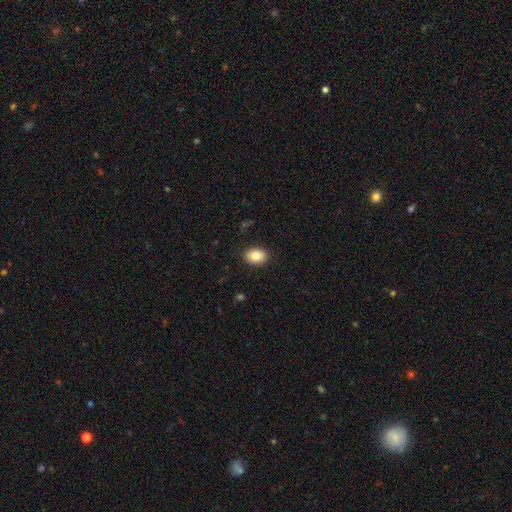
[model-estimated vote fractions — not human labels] This appears to be a smooth galaxy with no disk features (85%) that is in between round and cigar-shaped (76%). Merging: none (89%).